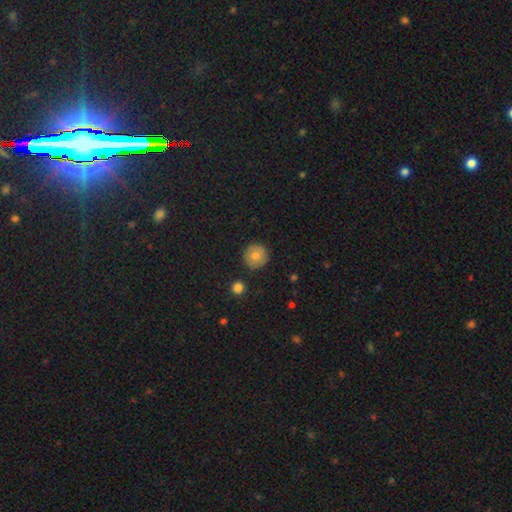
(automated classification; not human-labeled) Q: Smooth or featured?
A: smooth (79%); runner-up: featured or disk (12%)
Q: How rounded?
A: round (95%); runner-up: in between (5%)
Q: Merging?
A: none (88%); runner-up: minor disturbance (8%)